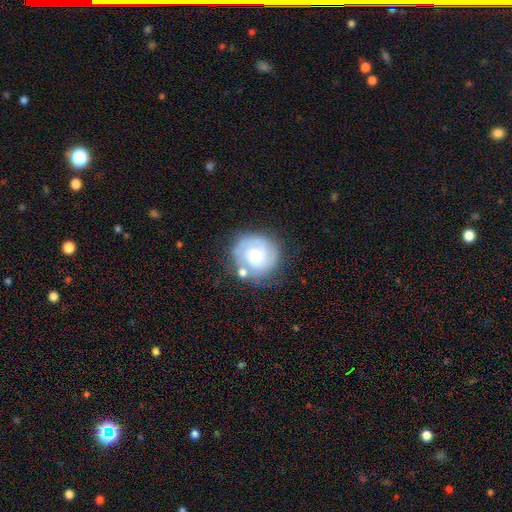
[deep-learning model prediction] Overall: featured or disk (74%). Edge-on disk: no (98%). Bar: no (69%). Spiral arms: yes (92%). Spiral arm count: 2 (37%; 3 27%). Spiral winding: tight (67%; medium 27%). Bulge size: moderate (64%; small 28%). Merging: none (71%).